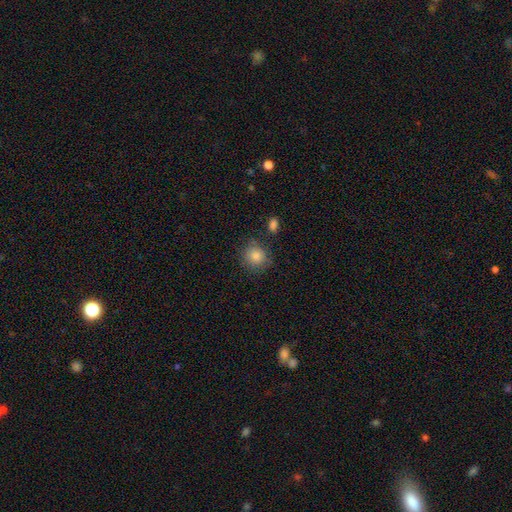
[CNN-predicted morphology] Smooth or featured? smooth (83%)
How rounded? round (90%)
Merging? none (80%)